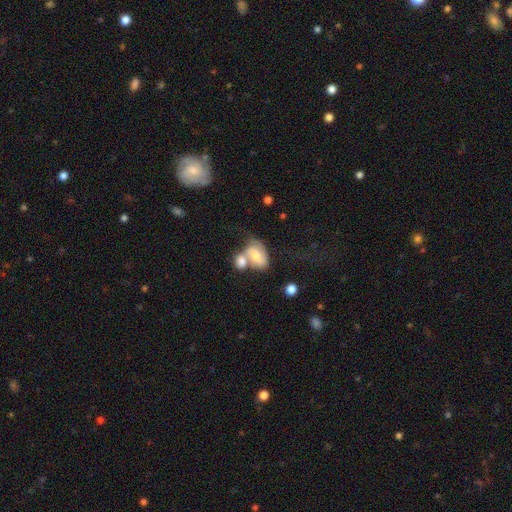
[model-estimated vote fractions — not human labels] This is possibly a featured or disk galaxy (51%). It is clearly not viewed edge-on (95%). Merging: likely merger (62%).